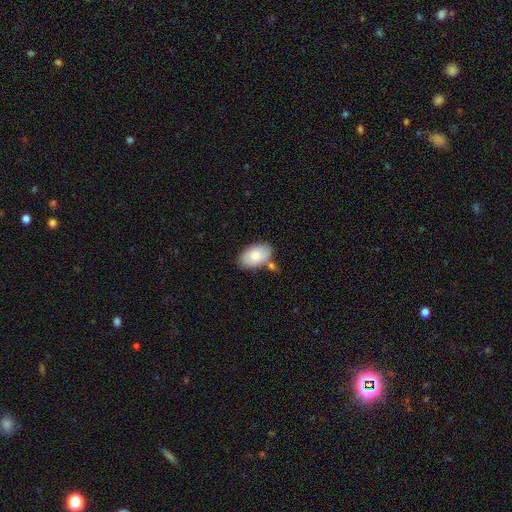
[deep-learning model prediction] Smooth or featured: smooth — 80% (featured or disk — 14%)
How rounded: in between — 94% (round — 5%)
Merging: none — 68% (minor disturbance — 17%)